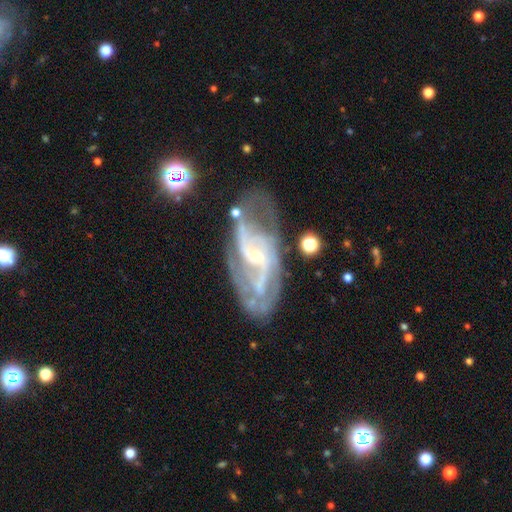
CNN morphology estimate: Smooth or featured?
  - featured or disk: 86% *
  - smooth: 7%
  - star or artifact: 7%
Edge-on disk?
  - no: 95% *
  - yes: 5%
Bar?
  - weak: 43% *
  - no: 42%
  - strong: 15%
Spiral arms?
  - yes: 94% *
  - no: 6%
Spiral winding?
  - medium: 47% *
  - tight: 29%
  - loose: 24%
Spiral arm count?
  - 2: 47% *
  - can't tell: 24%
  - 3: 16%
  - 4: 6%
  - 1: 4%
  - more than 4: 4%
Bulge size?
  - small: 72% *
  - moderate: 21%
  - none: 5%
  - large: 1%
  - dominant: 1%
Merging?
  - none: 58% *
  - minor disturbance: 23%
  - major disturbance: 15%
  - merger: 4%